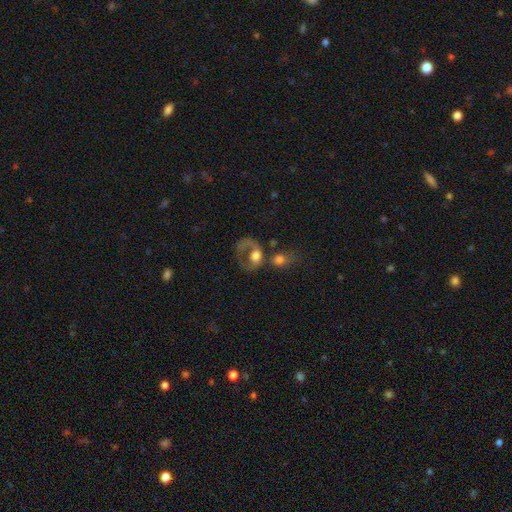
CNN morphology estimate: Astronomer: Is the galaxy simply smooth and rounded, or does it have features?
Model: smooth — 50% (runner-up: featured or disk, 41%).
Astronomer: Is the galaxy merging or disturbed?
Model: merger — 40% (runner-up: major disturbance, 28%).